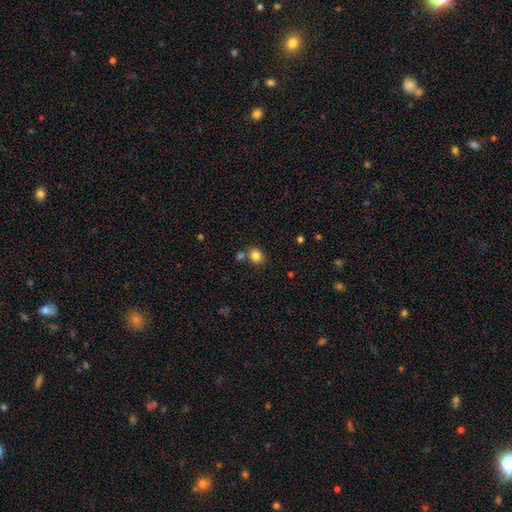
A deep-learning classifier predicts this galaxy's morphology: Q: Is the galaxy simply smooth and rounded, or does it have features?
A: smooth — 83%.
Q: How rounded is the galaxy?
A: round — 65%.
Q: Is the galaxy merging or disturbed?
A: none — 70%.